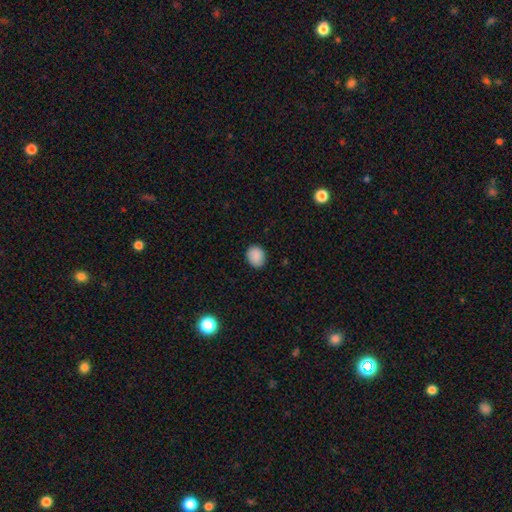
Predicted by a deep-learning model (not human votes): The model was most divided on "how rounded": round: 59%, in between: 41%, cigar-shaped: 1%. More confident: smooth or featured — smooth (89%); merging — none (87%).